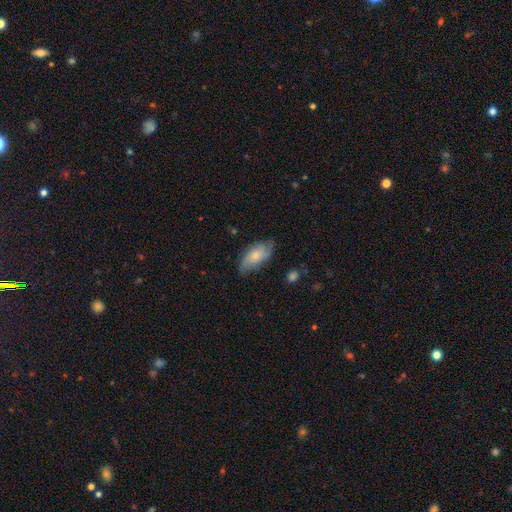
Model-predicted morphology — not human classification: Smooth or featured?
  - smooth: 58% *
  - featured or disk: 36%
  - star or artifact: 6%
How rounded?
  - in between: 89% *
  - cigar-shaped: 8%
  - round: 3%
Merging?
  - none: 68% *
  - minor disturbance: 25%
  - major disturbance: 6%
  - merger: 1%